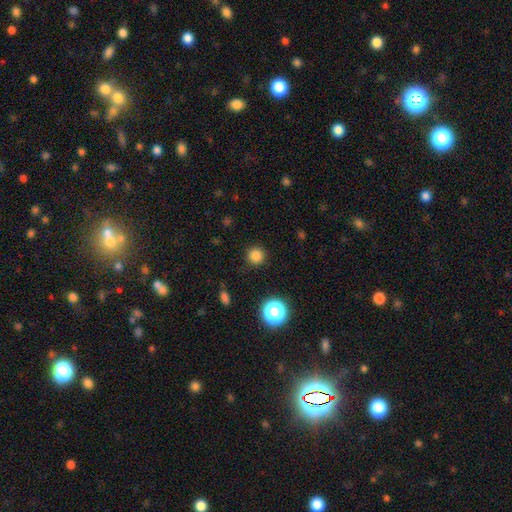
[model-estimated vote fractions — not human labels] Smooth or featured? smooth (82%)
How rounded? round (94%)
Merging? none (90%)